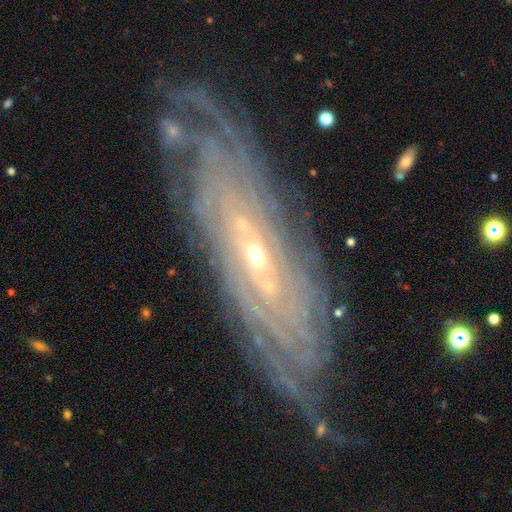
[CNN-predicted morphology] A featured or disk galaxy (86%) with no bar (56%), tight (82%) spiral arms (95%) and a small central bulge (78%). Merging: none (81%).